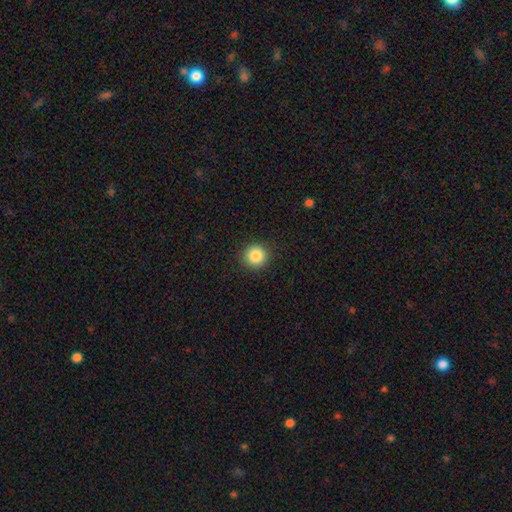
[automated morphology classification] Q: Smooth or featured?
A: smooth (86%); runner-up: star or artifact (10%)
Q: How rounded?
A: round (94%); runner-up: in between (5%)
Q: Merging?
A: none (92%); runner-up: minor disturbance (5%)